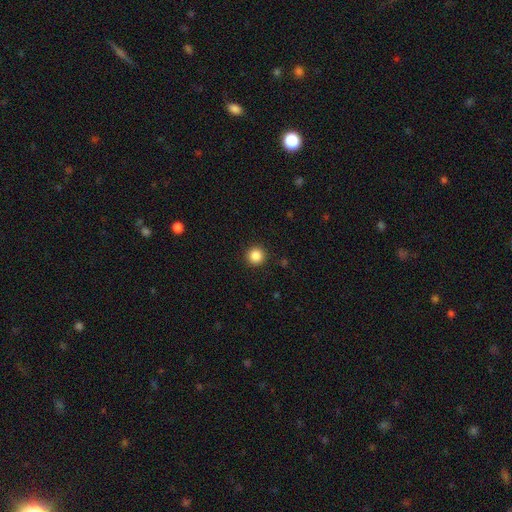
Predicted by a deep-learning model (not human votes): This appears to be a smooth galaxy with no disk features (86%) that is round (96%). Merging: none (93%).